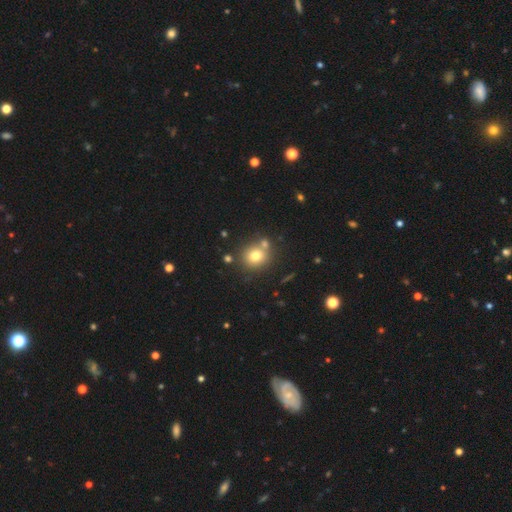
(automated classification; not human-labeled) Q: Smooth or featured?
A: smooth (75%); runner-up: star or artifact (13%)
Q: How rounded?
A: round (85%); runner-up: in between (14%)
Q: Merging?
A: none (67%); runner-up: merger (20%)